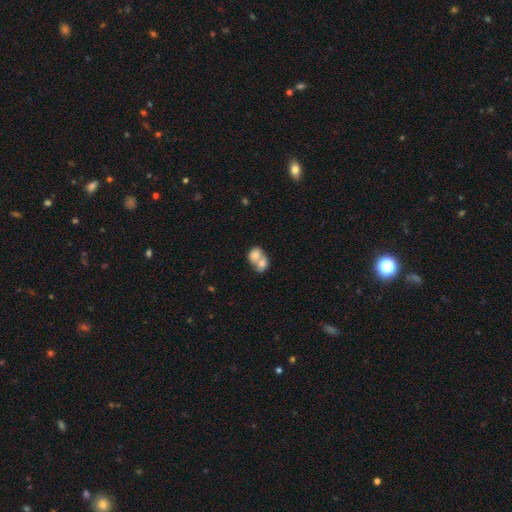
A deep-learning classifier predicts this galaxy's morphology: Smooth or featured? Predicted: smooth (p=0.73). How rounded? Predicted: in between (p=0.52). Merging? Predicted: merger (p=0.75).